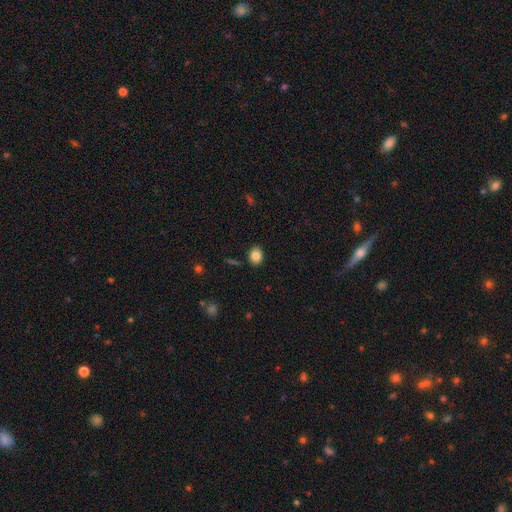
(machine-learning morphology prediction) Smooth or featured? Predicted: smooth (p=0.84). How rounded? Predicted: round (p=0.52). Merging? Predicted: none (p=0.87).